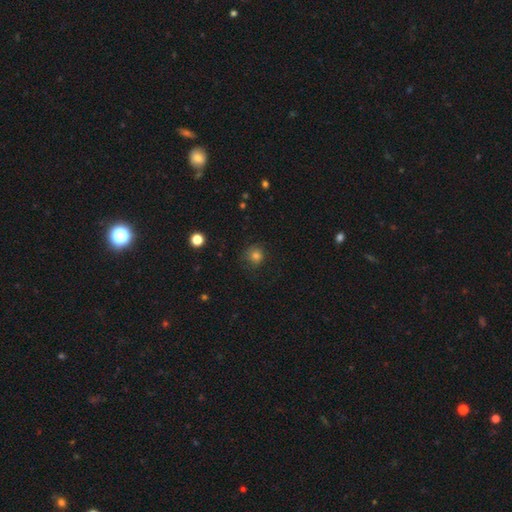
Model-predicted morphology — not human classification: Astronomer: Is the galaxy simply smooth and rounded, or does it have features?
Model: smooth — 80%.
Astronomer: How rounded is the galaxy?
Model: round — 89%.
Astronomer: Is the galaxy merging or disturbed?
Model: none — 77%.